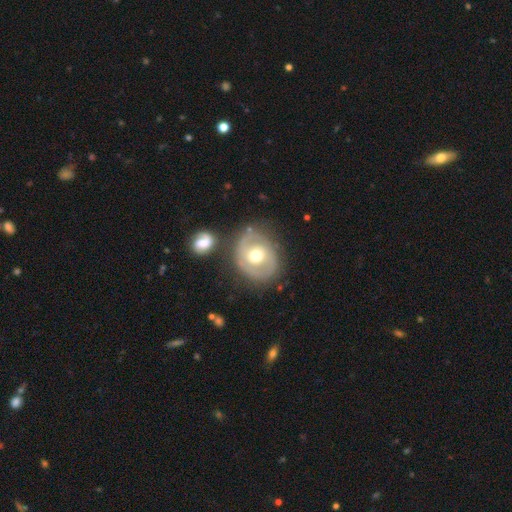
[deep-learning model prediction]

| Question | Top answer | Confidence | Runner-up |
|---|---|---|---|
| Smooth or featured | featured or disk | 68% | smooth (27%) |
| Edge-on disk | no | 96% | yes (4%) |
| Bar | no | 69% | weak (22%) |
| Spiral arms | yes | 61% | no (39%) |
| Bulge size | moderate | 77% | small (12%) |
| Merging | none | 68% | minor disturbance (16%) |